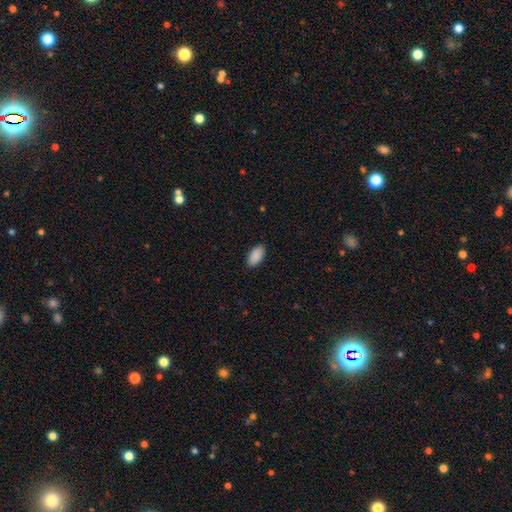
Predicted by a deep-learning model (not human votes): Smooth or featured? Predicted: smooth (p=0.91). How rounded? Predicted: in between (p=0.95). Merging? Predicted: none (p=0.90).